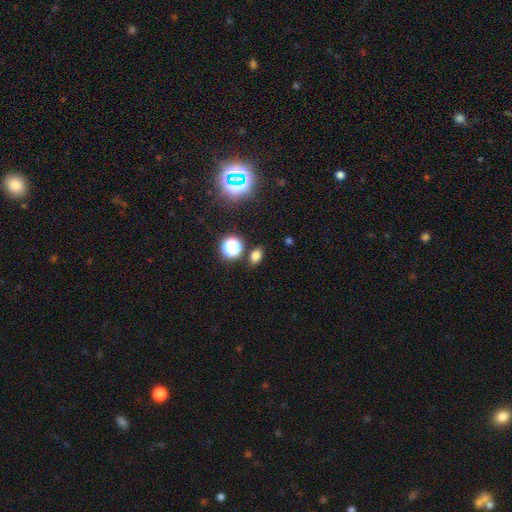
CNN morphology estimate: This is likely a smooth galaxy (72%). How rounded: likely in between (73%). Merging: clearly none (81%).